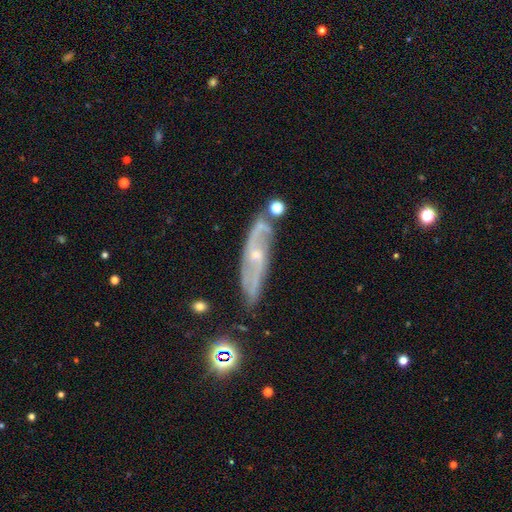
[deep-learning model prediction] smooth_or_featured: featured or disk (p=0.79) [alt: smooth p=0.13]
disk_edge_on: no (p=0.77) [alt: yes p=0.23]
bar: no (p=0.58) [alt: weak p=0.33]
has_spiral_arms: yes (p=0.92) [alt: no p=0.08]
spiral_winding: medium (p=0.44) [alt: tight p=0.31]
spiral_arm_count: 2 (p=0.62) [alt: can't tell p=0.22]
bulge_size: small (p=0.72) [alt: moderate p=0.23]
merging: none (p=0.68) [alt: minor disturbance p=0.20]